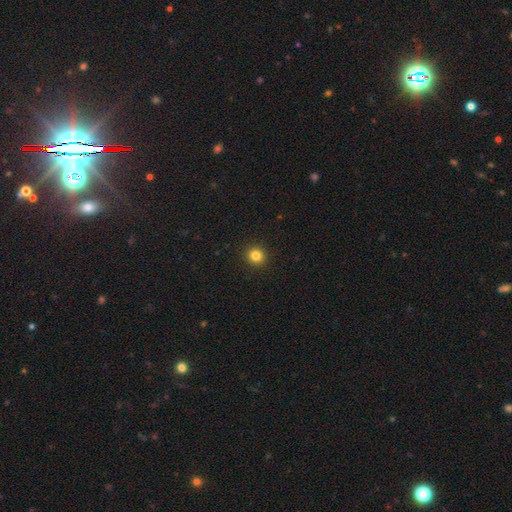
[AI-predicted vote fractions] A smooth galaxy with no disk features (83%) that is round (93%).

Vote fractions:
- Smooth or featured? smooth: 83% / star or artifact: 12% / featured or disk: 5%
- How rounded? round: 93% / in between: 6% / cigar-shaped: 1%
- Merging? none: 93% / minor disturbance: 4% / major disturbance: 2% / merger: 1%